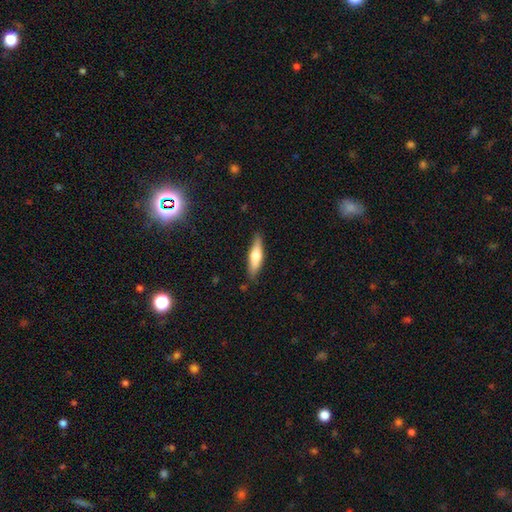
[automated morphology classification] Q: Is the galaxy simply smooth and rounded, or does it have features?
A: smooth — 58%.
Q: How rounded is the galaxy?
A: cigar-shaped — 65%.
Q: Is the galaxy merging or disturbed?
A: none — 84%.